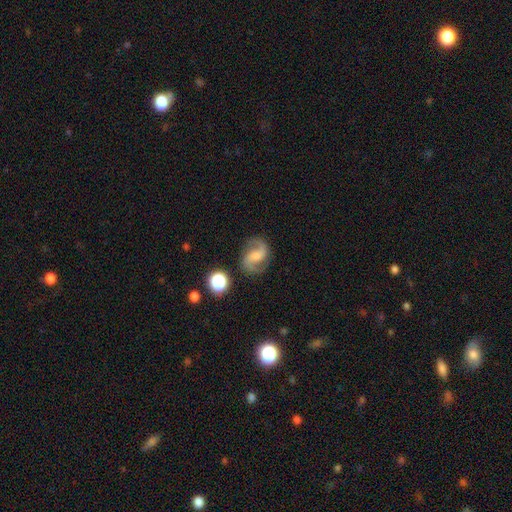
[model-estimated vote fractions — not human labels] smooth_or_featured: featured or disk (p=0.84) [alt: smooth p=0.09]
disk_edge_on: no (p=0.98) [alt: yes p=0.02]
bar: weak (p=0.46) [alt: no p=0.37]
has_spiral_arms: yes (p=0.97) [alt: no p=0.03]
spiral_winding: medium (p=0.54) [alt: loose p=0.34]
spiral_arm_count: 2 (p=0.93) [alt: can't tell p=0.02]
bulge_size: moderate (p=0.30) [alt: none p=0.28]
merging: none (p=0.81) [alt: minor disturbance p=0.12]